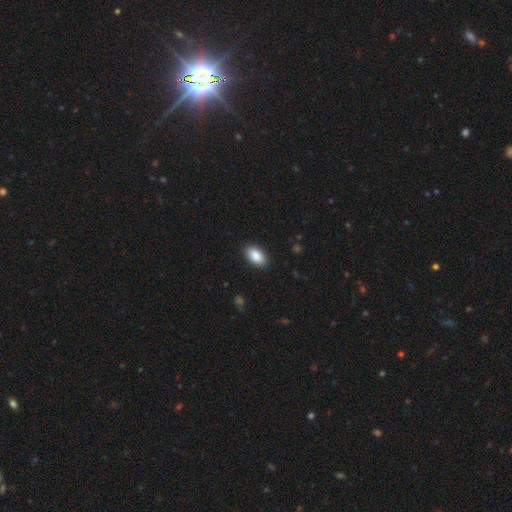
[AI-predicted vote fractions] Smooth or featured?
  - smooth: 88% *
  - star or artifact: 7%
  - featured or disk: 5%
How rounded?
  - in between: 93% *
  - round: 5%
  - cigar-shaped: 2%
Merging?
  - none: 89% *
  - minor disturbance: 8%
  - major disturbance: 2%
  - merger: 1%